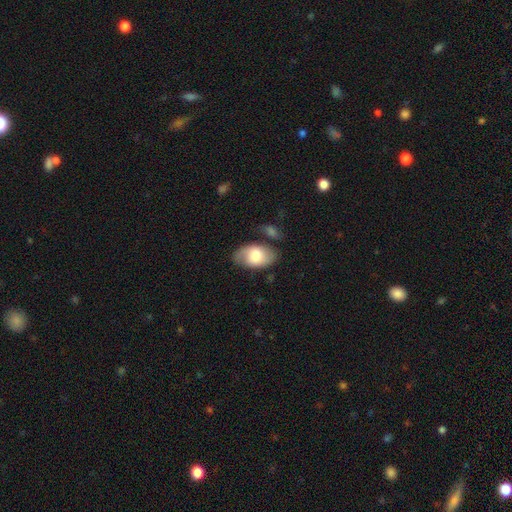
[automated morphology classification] smooth-or-featured: smooth: 64% | featured or disk: 29% | star or artifact: 6%
  how-rounded: in between: 93% | round: 6% | cigar-shaped: 1%
  merging: none: 63% | minor disturbance: 22% | major disturbance: 8% | merger: 7%